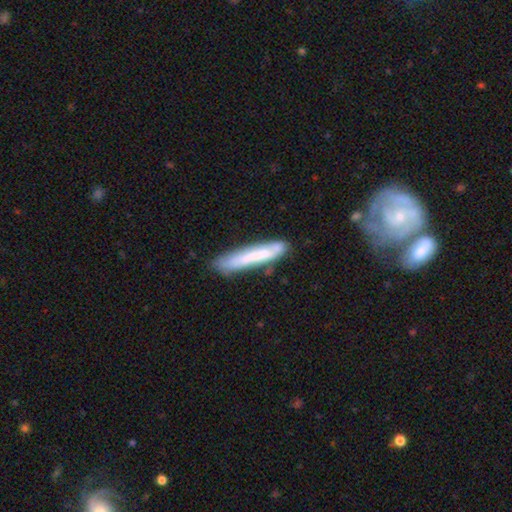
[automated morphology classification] Smooth or featured?
  - smooth: 61% *
  - featured or disk: 33%
  - star or artifact: 6%
How rounded?
  - cigar-shaped: 91% *
  - in between: 8%
  - round: 1%
Merging?
  - none: 73% *
  - minor disturbance: 19%
  - major disturbance: 4%
  - merger: 4%